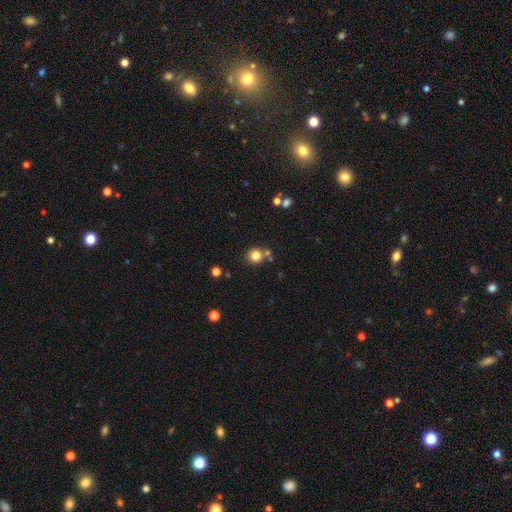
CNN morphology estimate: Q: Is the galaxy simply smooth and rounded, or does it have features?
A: smooth — 81%.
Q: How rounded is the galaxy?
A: round — 90%.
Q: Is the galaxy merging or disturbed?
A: none — 73%.